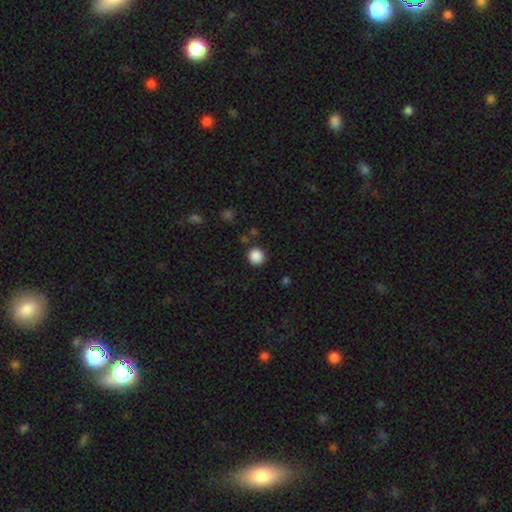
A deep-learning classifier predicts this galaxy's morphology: smooth_or_featured: smooth (p=0.87) [alt: star or artifact p=0.10]
how_rounded: round (p=0.95) [alt: in between p=0.04]
merging: none (p=0.89) [alt: minor disturbance p=0.06]